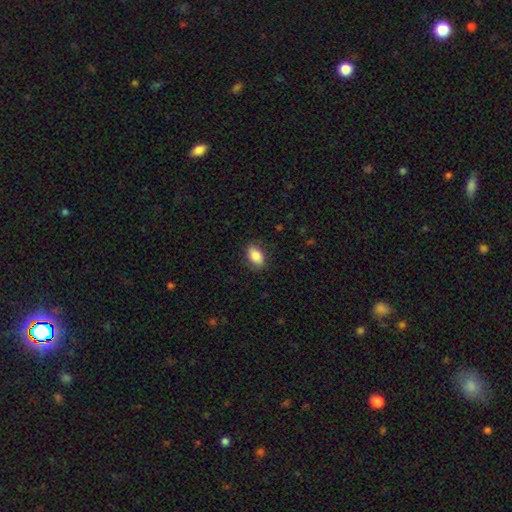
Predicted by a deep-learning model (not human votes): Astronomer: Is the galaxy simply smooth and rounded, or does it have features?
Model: smooth — 85%.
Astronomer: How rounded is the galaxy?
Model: in between — 89%.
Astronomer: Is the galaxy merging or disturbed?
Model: none — 85%.